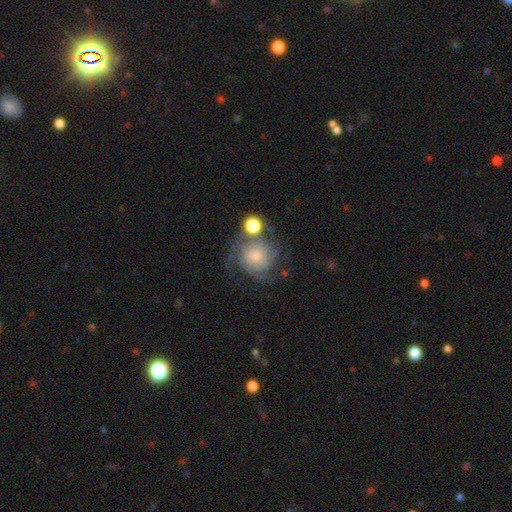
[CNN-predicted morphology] smooth-or-featured: featured or disk: 68% | smooth: 24% | star or artifact: 8%
  disk-edge-on: no: 98% | yes: 2%
    bar: no: 76% | weak: 21% | strong: 3%
    has-spiral-arms: yes: 93% | no: 7%
      spiral-winding: tight: 49% | medium: 37% | loose: 14%
      spiral-arm-count: 3: 27% | can't tell: 26% | 2: 26% | 4: 9% | 1: 6% | more than 4: 6%
    bulge-size: small: 43% | moderate: 27% | none: 14% | large: 12% | dominant: 4%
  merging: none: 54% | minor disturbance: 18% | major disturbance: 17% | merger: 11%